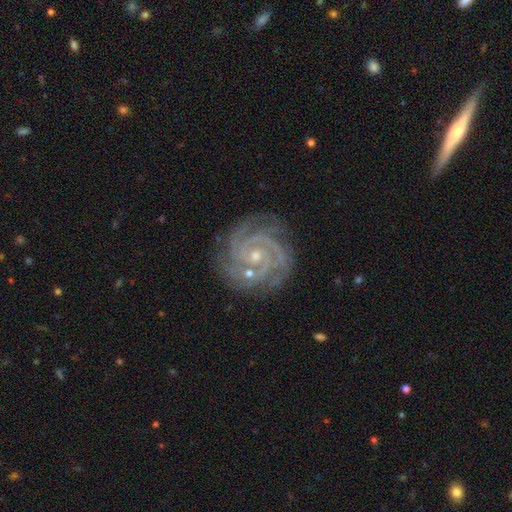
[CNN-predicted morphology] Smooth or featured: featured or disk — 92% (star or artifact — 6%)
Edge-on disk: no — 98% (yes — 2%)
Bar: no — 65% (weak — 24%)
Spiral arms: yes — 99% (no — 1%)
Spiral winding: tight — 82% (medium — 17%)
Spiral arm count: 3 — 39% (4 — 23%)
Bulge size: small — 73% (moderate — 24%)
Merging: none — 78% (minor disturbance — 14%)